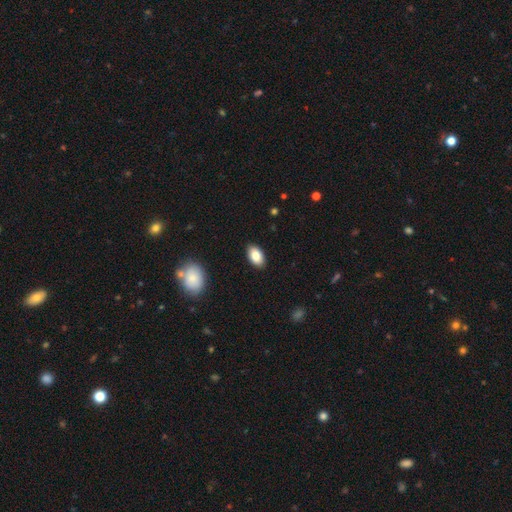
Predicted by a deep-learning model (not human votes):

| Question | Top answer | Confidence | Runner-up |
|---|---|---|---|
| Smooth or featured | smooth | 86% | featured or disk (7%) |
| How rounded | in between | 93% | round (6%) |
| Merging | none | 90% | minor disturbance (7%) |